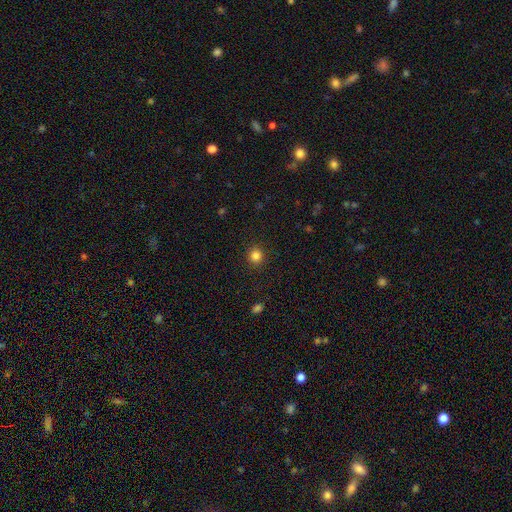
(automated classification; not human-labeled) Q: Smooth or featured?
A: smooth (83%); runner-up: star or artifact (12%)
Q: How rounded?
A: round (91%); runner-up: in between (8%)
Q: Merging?
A: none (91%); runner-up: minor disturbance (6%)